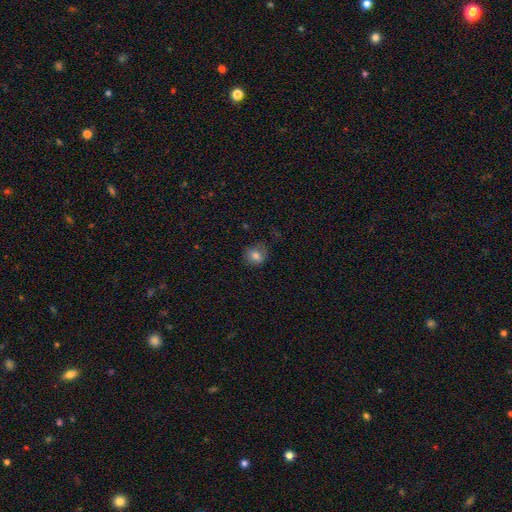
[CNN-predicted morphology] Overall: smooth (79%). How rounded: round (67%; in between 32%). Merging: none (77%).